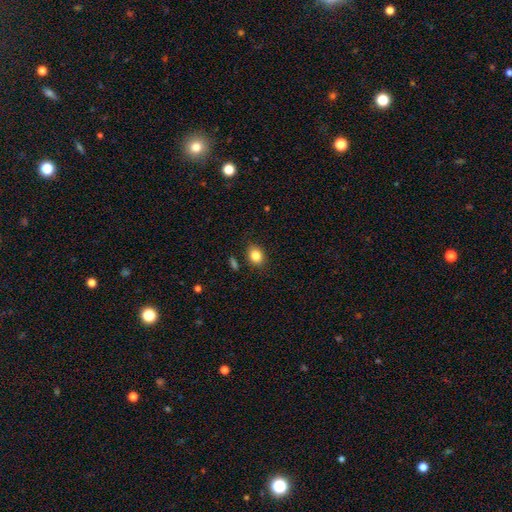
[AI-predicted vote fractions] Smooth or featured: smooth — 84% (star or artifact — 10%)
How rounded: in between — 56% (round — 43%)
Merging: none — 84% (minor disturbance — 11%)